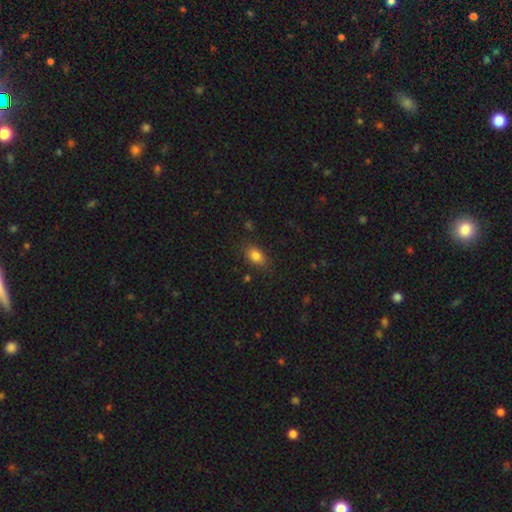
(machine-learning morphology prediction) type=smooth (83%); roundness=in between (83%); merging=none (82%).